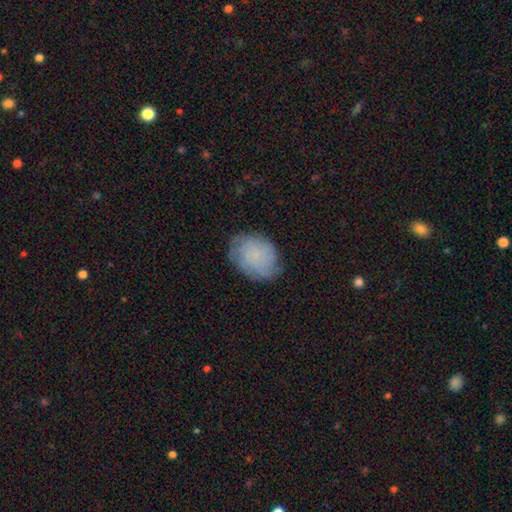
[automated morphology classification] Q: Smooth or featured?
A: smooth (48%); runner-up: featured or disk (42%)
Q: Merging?
A: none (70%); runner-up: minor disturbance (21%)